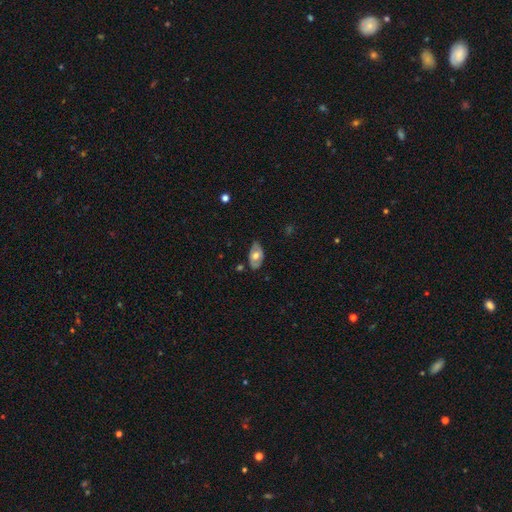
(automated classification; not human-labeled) Smooth or featured? Predicted: smooth (p=0.51). How rounded? Predicted: in between (p=0.92). Merging? Predicted: none (p=0.74).